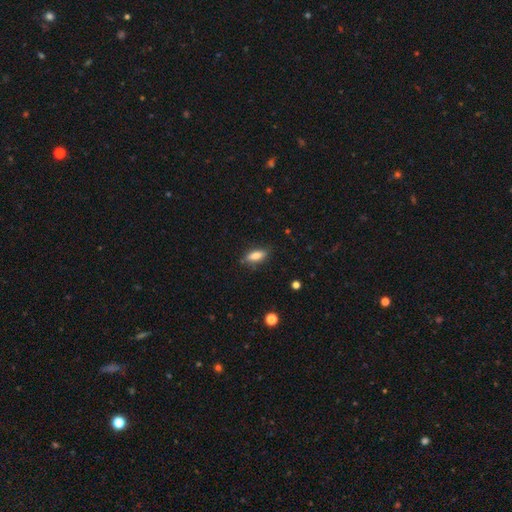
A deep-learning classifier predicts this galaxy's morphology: Q: Smooth or featured?
A: smooth (77%); runner-up: featured or disk (15%)
Q: How rounded?
A: in between (70%); runner-up: cigar-shaped (27%)
Q: Merging?
A: none (82%); runner-up: minor disturbance (14%)